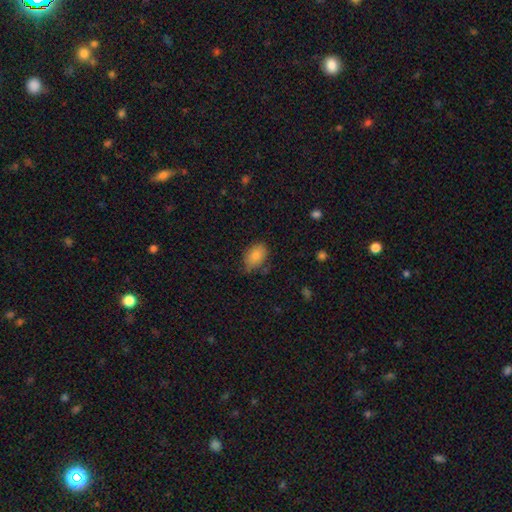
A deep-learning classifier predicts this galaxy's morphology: This is clearly a smooth galaxy (84%). How rounded: clearly in between (84%). Merging: likely none (67%).